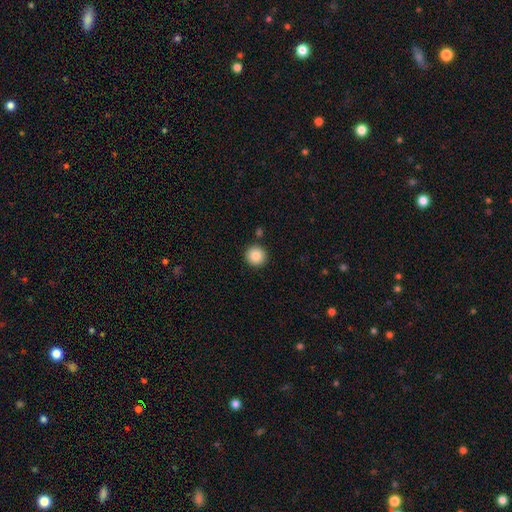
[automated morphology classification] This appears to be a smooth galaxy with no disk features (86%) that is round (95%). Merging: none (90%).